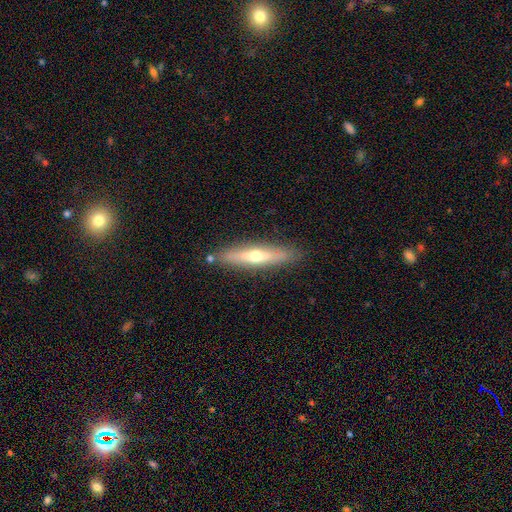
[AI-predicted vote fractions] Overall: featured or disk (55%; smooth 38%). Edge-on disk: yes (87%). Merging: none (85%).